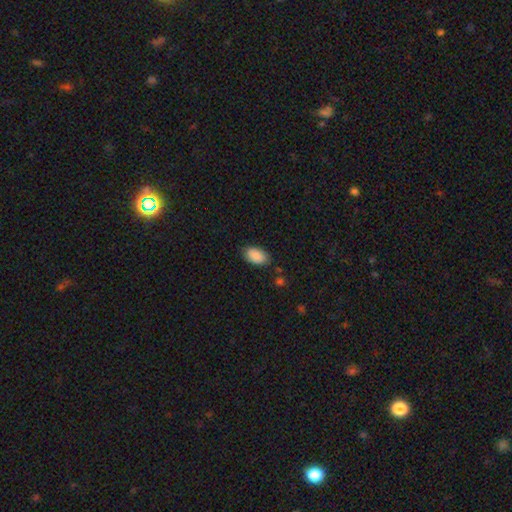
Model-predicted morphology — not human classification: smooth_or_featured: smooth (p=0.90) [alt: star or artifact p=0.07]
how_rounded: in between (p=0.94) [alt: round p=0.05]
merging: none (p=0.81) [alt: minor disturbance p=0.14]